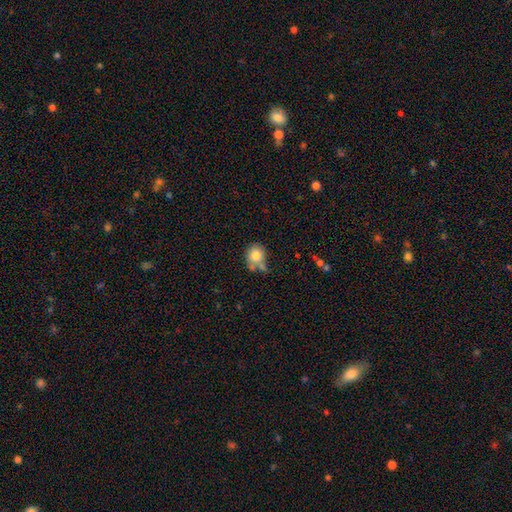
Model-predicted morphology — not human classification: smooth-or-featured: smooth: 80% | featured or disk: 10% | star or artifact: 9%
  how-rounded: round: 71% | in between: 28% | cigar-shaped: 1%
  merging: none: 47% | merger: 24% | minor disturbance: 21% | major disturbance: 8%